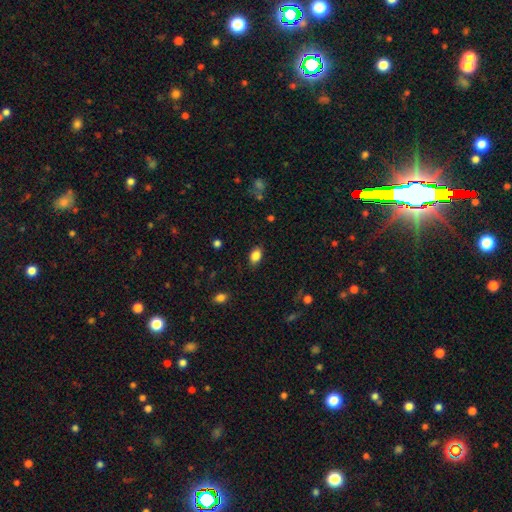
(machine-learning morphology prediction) Smooth or featured? Predicted: smooth (p=0.86). How rounded? Predicted: in between (p=0.81). Merging? Predicted: none (p=0.82).